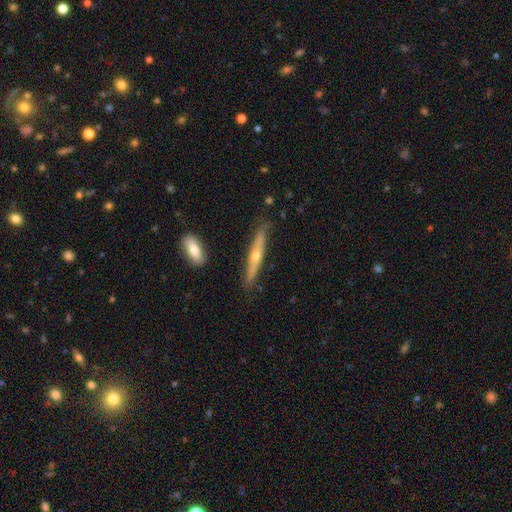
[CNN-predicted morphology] Smooth or featured: featured or disk — 68% (smooth — 25%)
Edge-on disk: yes — 95% (no — 5%)
Edge-on bulge: rounded — 89% (none — 9%)
Merging: none — 83% (minor disturbance — 13%)